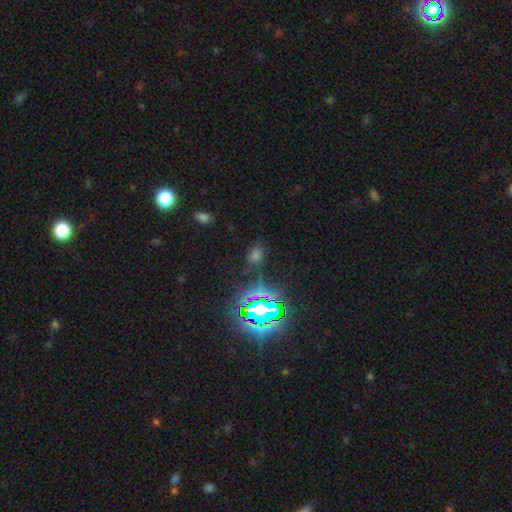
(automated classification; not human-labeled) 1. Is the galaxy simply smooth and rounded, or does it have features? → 51% star or artifact, 40% smooth, 9% featured or disk.